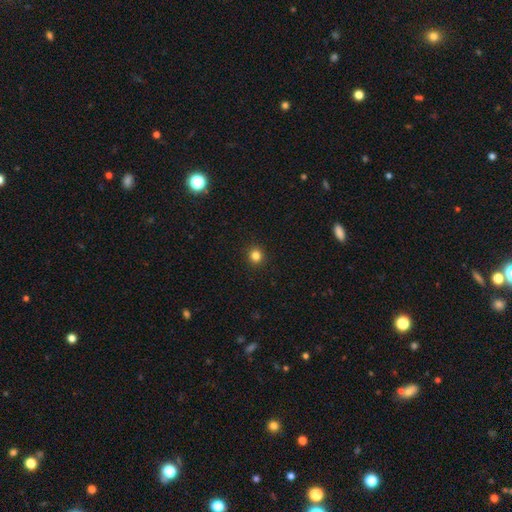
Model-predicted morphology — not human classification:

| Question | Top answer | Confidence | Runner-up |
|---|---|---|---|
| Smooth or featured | smooth | 82% | star or artifact (13%) |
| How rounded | round | 94% | in between (6%) |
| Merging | none | 93% | minor disturbance (4%) |